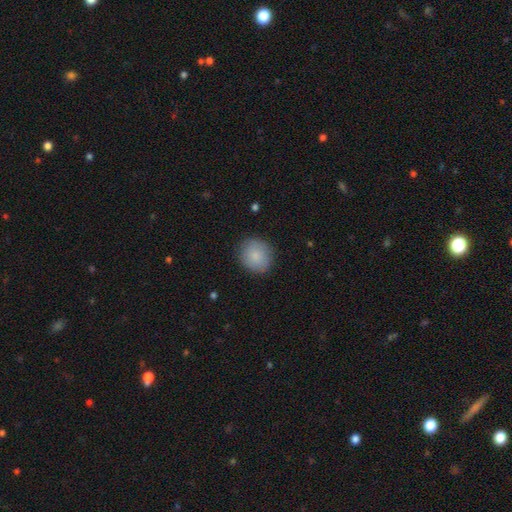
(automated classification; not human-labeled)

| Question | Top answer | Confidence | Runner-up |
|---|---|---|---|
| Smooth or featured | smooth | 86% | featured or disk (7%) |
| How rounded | round | 79% | in between (20%) |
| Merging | none | 86% | minor disturbance (10%) |